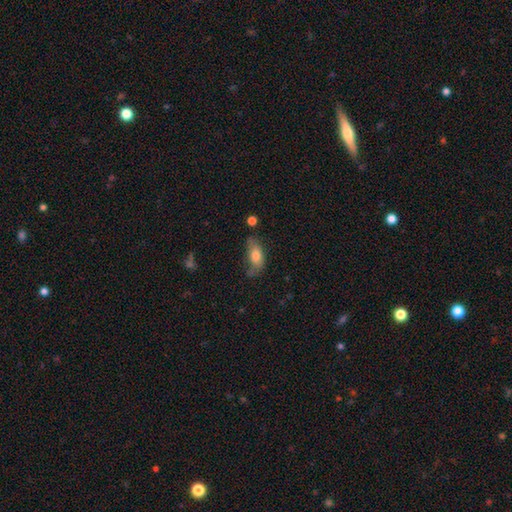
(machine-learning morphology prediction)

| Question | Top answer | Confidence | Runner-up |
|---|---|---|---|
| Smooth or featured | smooth | 71% | featured or disk (21%) |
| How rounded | in between | 84% | cigar-shaped (10%) |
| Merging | none | 46% | minor disturbance (34%) |